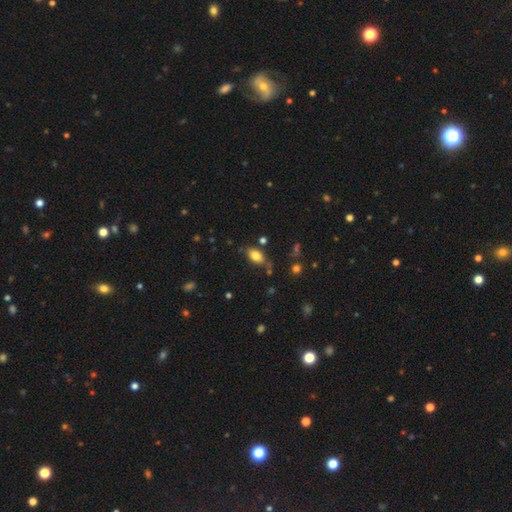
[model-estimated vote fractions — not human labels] Morphology: type=smooth (81%); roundness=in between (88%); merging=none (72%).